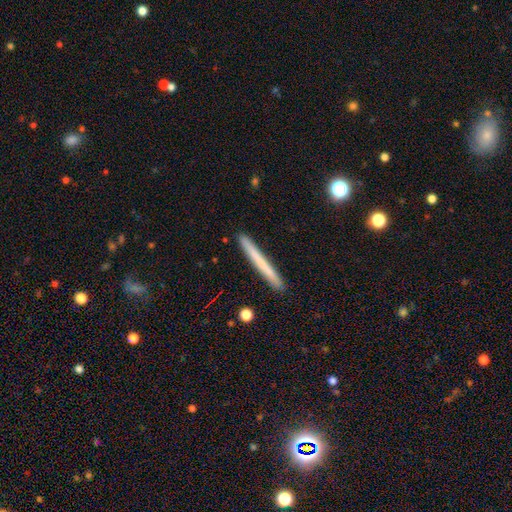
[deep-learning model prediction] A smooth galaxy with no disk features (62%) that is cigar-shaped (97%).

Vote fractions:
- Smooth or featured? smooth: 62% / featured or disk: 31% / star or artifact: 6%
- How rounded? cigar-shaped: 97% / in between: 2% / round: 1%
- Merging? none: 92% / minor disturbance: 6% / major disturbance: 1% / merger: 1%